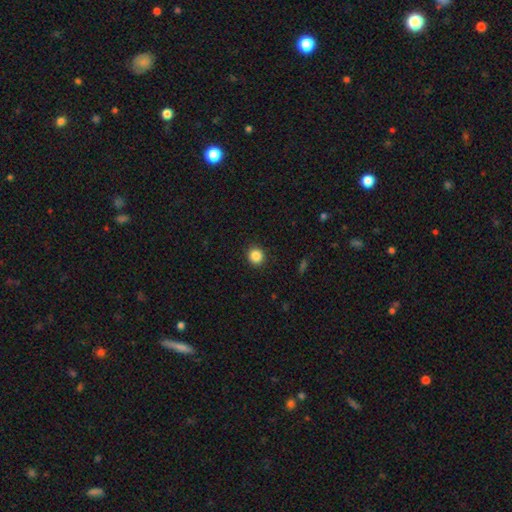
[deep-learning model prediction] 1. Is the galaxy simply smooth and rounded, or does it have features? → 86% smooth, 10% star or artifact, 3% featured or disk.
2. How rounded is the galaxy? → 92% round, 7% in between, 1% cigar-shaped.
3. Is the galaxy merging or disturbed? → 92% none, 6% minor disturbance, 2% major disturbance, 1% merger.